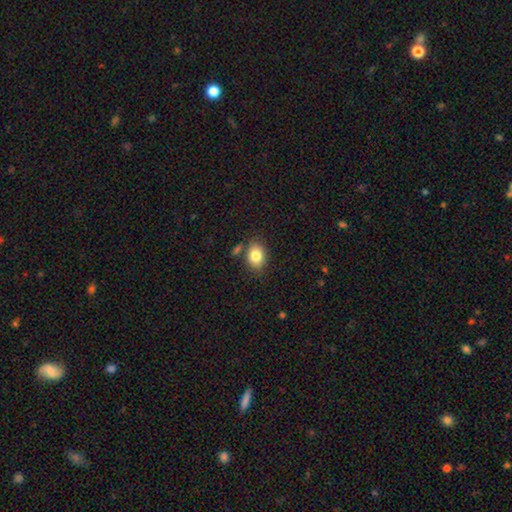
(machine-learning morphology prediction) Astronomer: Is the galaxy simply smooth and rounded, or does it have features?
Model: smooth — 83%.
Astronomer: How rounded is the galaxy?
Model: in between — 69%.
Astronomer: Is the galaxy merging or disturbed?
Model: none — 76%.